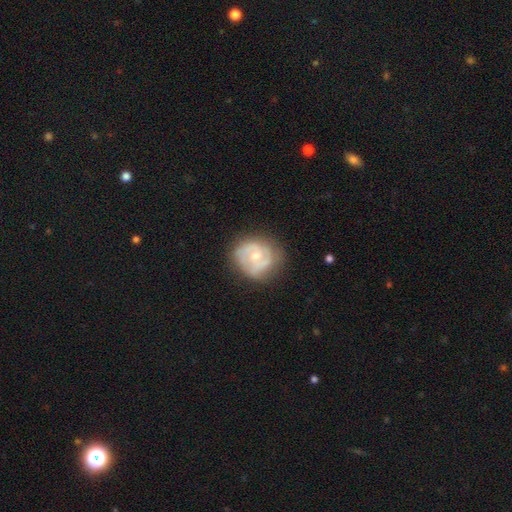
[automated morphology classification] This is likely a featured or disk galaxy (68%). It is clearly not viewed edge-on (97%). Bar: likely no (71%). Spiral arm pattern: likely yes (79%). Spiral arm count: possibly 2 (49%). Spiral winding: possibly tight (47%). Central bulge: possibly small (50%). Merging: likely none (68%).